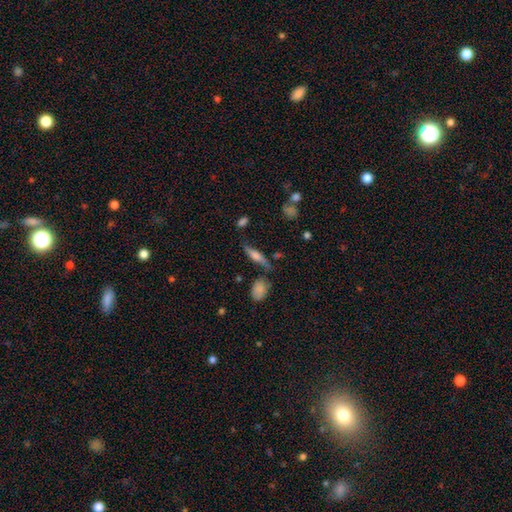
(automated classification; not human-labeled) Smooth or featured? featured or disk (46%)
Merging? none (69%)